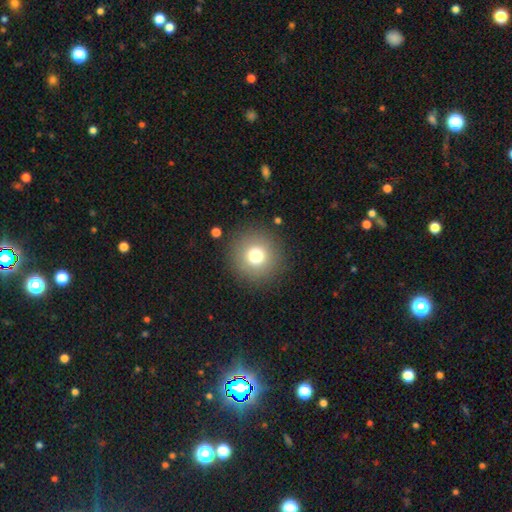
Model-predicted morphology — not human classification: Smooth or featured?
  - smooth: 76% *
  - star or artifact: 13%
  - featured or disk: 12%
How rounded?
  - round: 95% *
  - in between: 4%
  - cigar-shaped: 1%
Merging?
  - none: 89% *
  - minor disturbance: 6%
  - major disturbance: 3%
  - merger: 2%